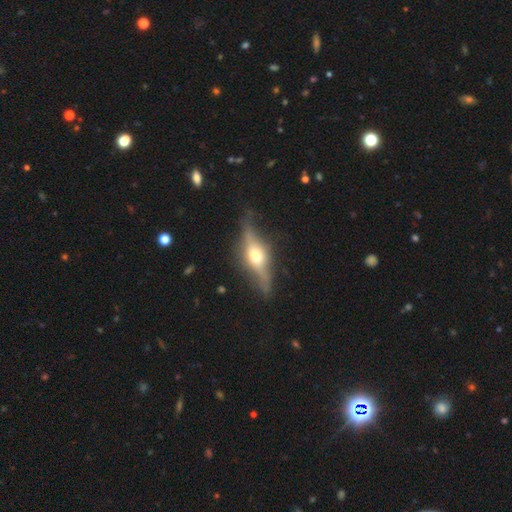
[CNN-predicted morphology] Smooth or featured? Predicted: featured or disk (p=0.73). Edge-on disk? Predicted: yes (p=0.90). Edge-on bulge? Predicted: rounded (p=0.91). Merging? Predicted: none (p=0.75).